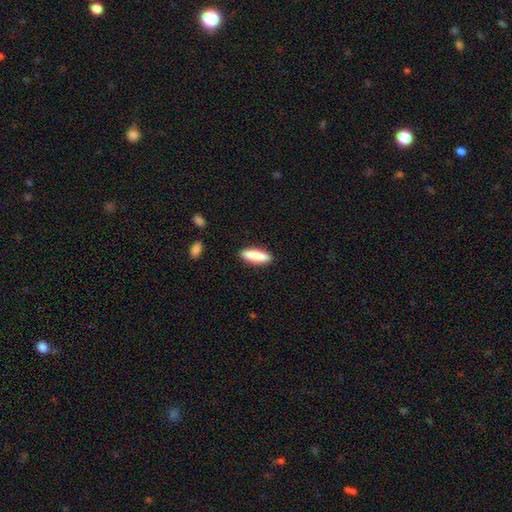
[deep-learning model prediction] This is clearly a smooth galaxy (87%). How rounded: possibly cigar-shaped (58%). Merging: clearly none (89%).